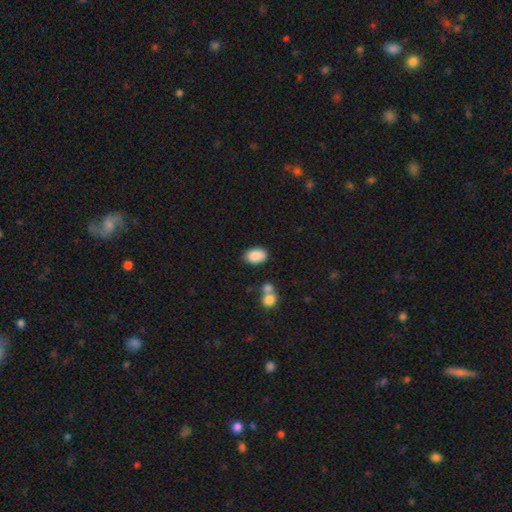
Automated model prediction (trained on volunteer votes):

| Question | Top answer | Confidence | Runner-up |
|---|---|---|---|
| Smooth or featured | smooth | 89% | star or artifact (7%) |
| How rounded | in between | 89% | round (10%) |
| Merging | none | 79% | minor disturbance (12%) |